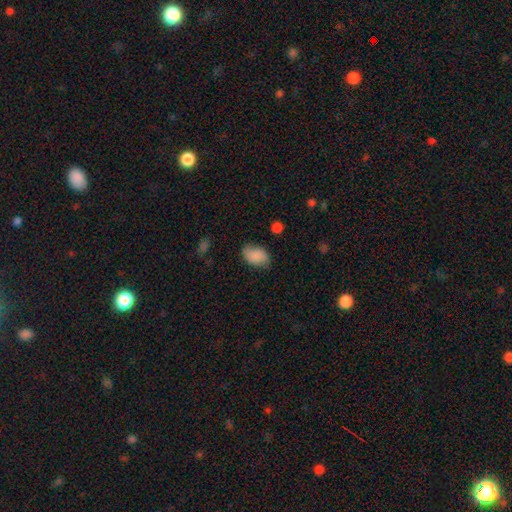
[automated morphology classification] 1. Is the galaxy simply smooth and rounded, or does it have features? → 81% smooth, 11% featured or disk, 8% star or artifact.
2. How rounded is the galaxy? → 85% in between, 14% round, 1% cigar-shaped.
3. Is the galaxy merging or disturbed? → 71% none, 22% minor disturbance, 5% major disturbance, 2% merger.